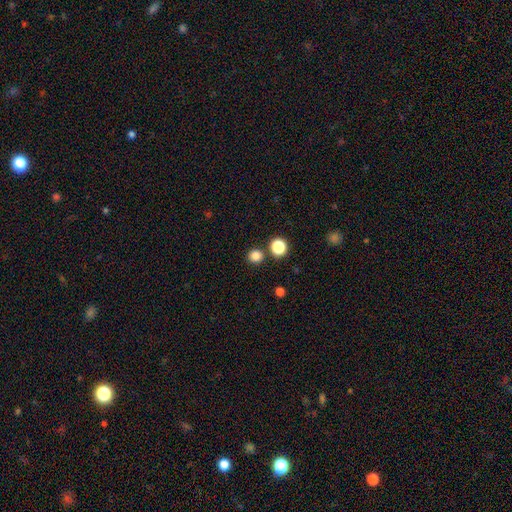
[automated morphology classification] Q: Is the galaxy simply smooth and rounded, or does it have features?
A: smooth — 82%.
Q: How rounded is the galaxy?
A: round — 91%.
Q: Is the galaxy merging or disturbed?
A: none — 84%.